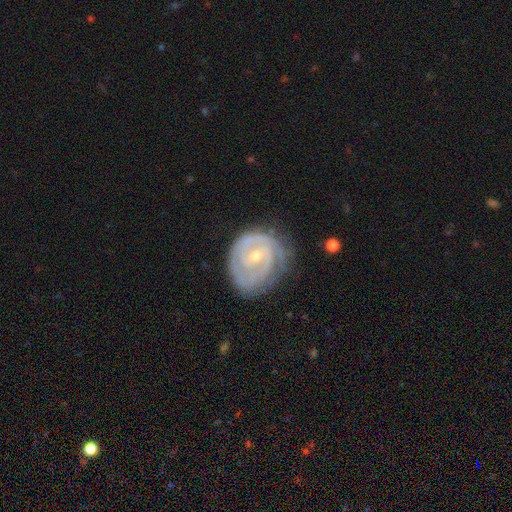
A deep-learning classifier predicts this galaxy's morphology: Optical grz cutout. It shows a featured or disk galaxy (87%) with no bar (51%), 2 (44%) tight (75%) spiral arms (96%) and a small central bulge (64%). Merging: none (68%).